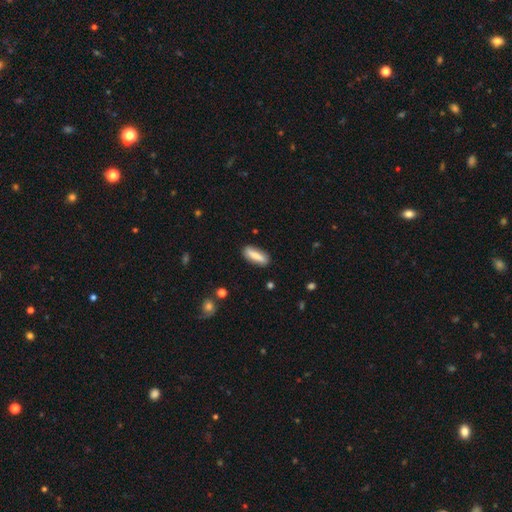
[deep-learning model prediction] A smooth galaxy with no disk features (79%) that is in between round and cigar-shaped (51%).

Vote fractions:
- Smooth or featured? smooth: 79% / featured or disk: 15% / star or artifact: 6%
- How rounded? in between: 51% / cigar-shaped: 47% / round: 2%
- Merging? none: 84% / minor disturbance: 11% / major disturbance: 3% / merger: 2%